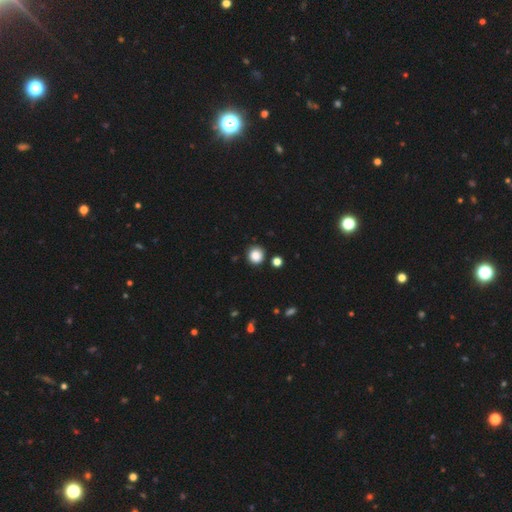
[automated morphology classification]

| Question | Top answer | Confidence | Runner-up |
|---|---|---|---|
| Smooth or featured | smooth | 87% | star or artifact (10%) |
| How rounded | round | 92% | in between (7%) |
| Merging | none | 87% | minor disturbance (8%) |